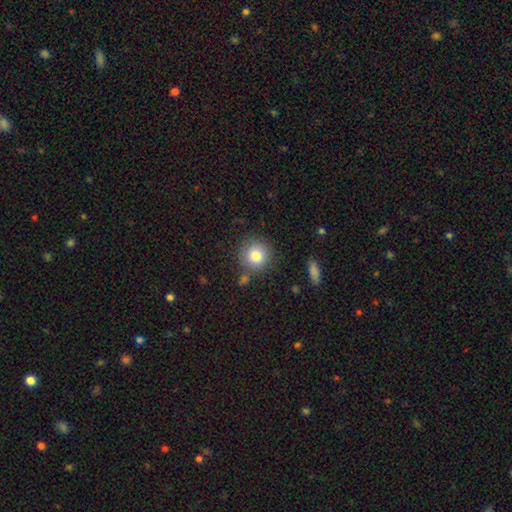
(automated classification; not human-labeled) smooth 82%, star or artifact 9%, featured or disk 9%. Down the decision tree: how rounded — round (93%); merging — none (80%).